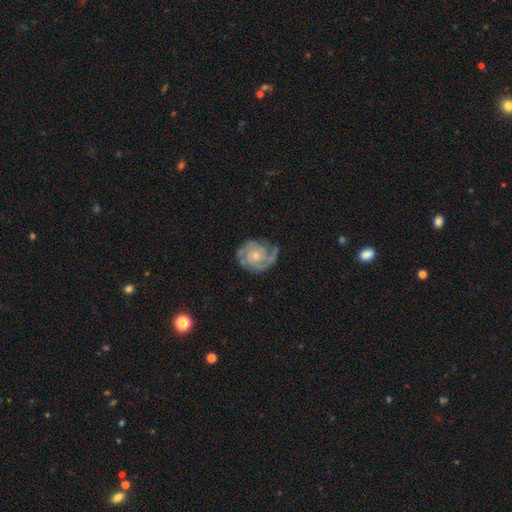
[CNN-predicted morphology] A featured or disk galaxy (87%) with no bar (76%), 2 (47%) tight (60%) spiral arms (96%) and a small central bulge (58%). Merging: none (71%).